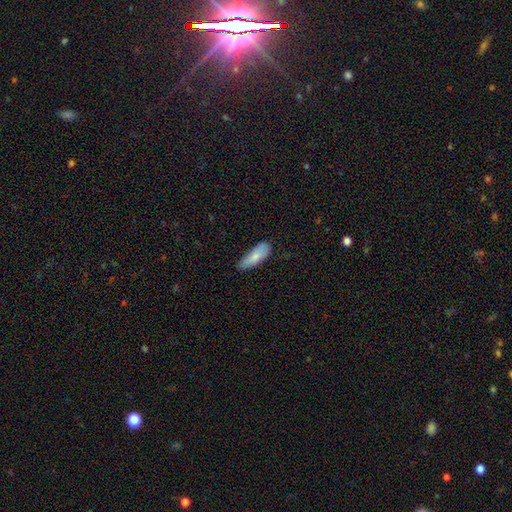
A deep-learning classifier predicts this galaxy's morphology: Smooth or featured?
  - smooth: 81% *
  - featured or disk: 13%
  - star or artifact: 6%
How rounded?
  - in between: 65% *
  - cigar-shaped: 33%
  - round: 2%
Merging?
  - none: 57% *
  - minor disturbance: 34%
  - major disturbance: 7%
  - merger: 2%